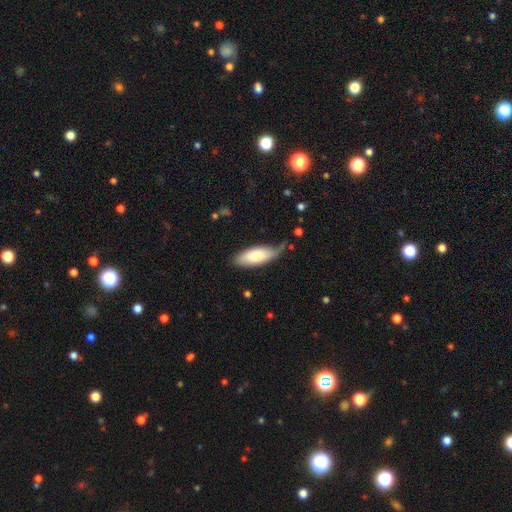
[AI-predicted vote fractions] Overall: smooth (81%). How rounded: in between (75%). Merging: none (50%; minor disturbance 36%).